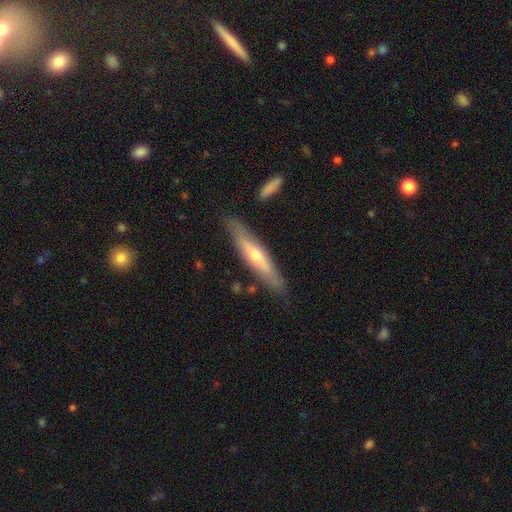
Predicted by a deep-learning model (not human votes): This is likely a featured or disk galaxy (60%). It is clearly viewed edge-on (81%). Merging: clearly none (85%).